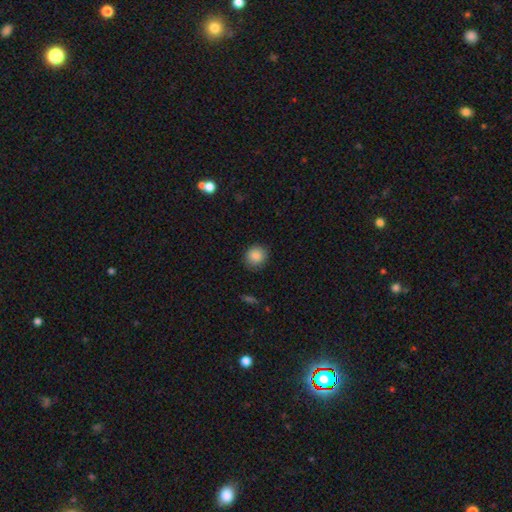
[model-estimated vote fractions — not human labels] smooth_or_featured: smooth (p=0.86) [alt: star or artifact p=0.09]
how_rounded: round (p=0.85) [alt: in between p=0.14]
merging: none (p=0.87) [alt: minor disturbance p=0.10]